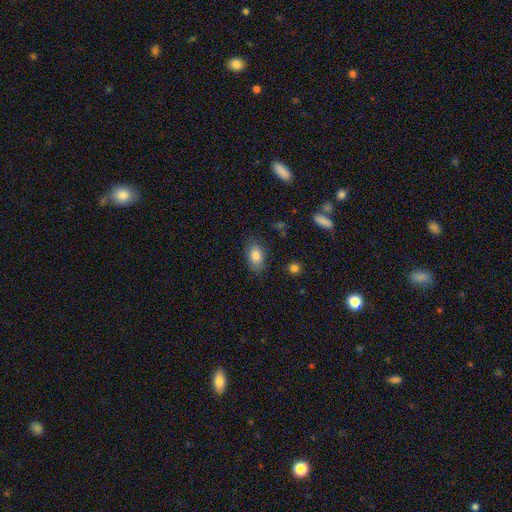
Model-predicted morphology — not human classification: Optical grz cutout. It shows a smooth galaxy with no disk features (84%) that is in between round and cigar-shaped (87%). Merging: none (80%).